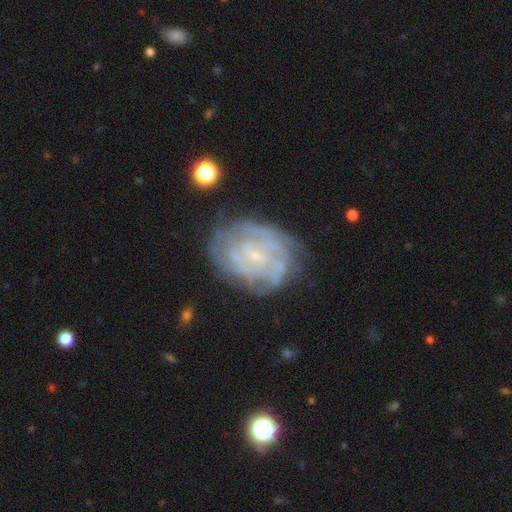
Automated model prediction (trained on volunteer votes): Smooth or featured? featured or disk (81%)
Edge-on disk? no (97%)
Bar? no (68%)
Spiral arms? yes (89%)
Spiral winding? tight (70%)
Spiral arm count? can't tell (45%)
Bulge size? small (83%)
Merging? none (67%)